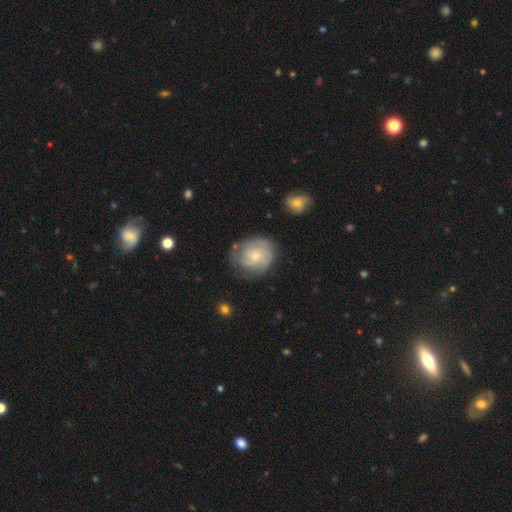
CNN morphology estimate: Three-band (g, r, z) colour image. It shows a featured or disk galaxy (62%) with no bar (75%), tight (60%) spiral arms (87%) and a small central bulge (61%). Merging: none (69%).